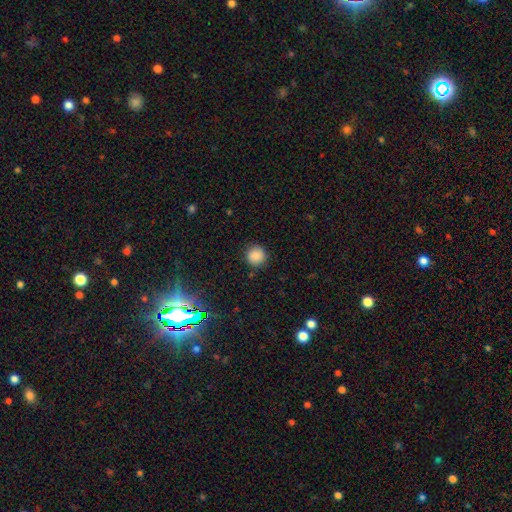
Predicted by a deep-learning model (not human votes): Smooth or featured? Predicted: smooth (p=0.85). How rounded? Predicted: round (p=0.93). Merging? Predicted: none (p=0.88).